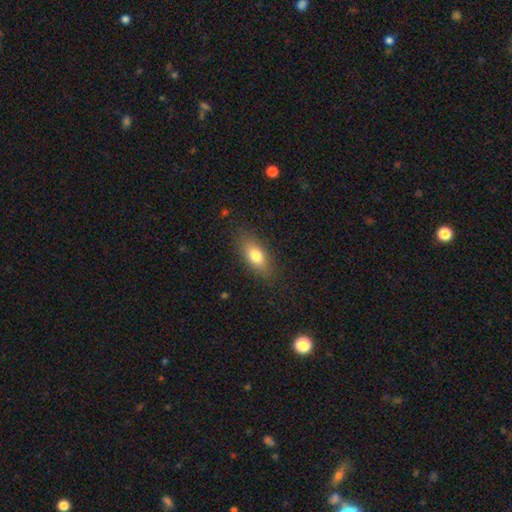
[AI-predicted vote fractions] This appears to be a smooth galaxy with no disk features (76%) that is in between round and cigar-shaped (79%). Merging: none (84%).